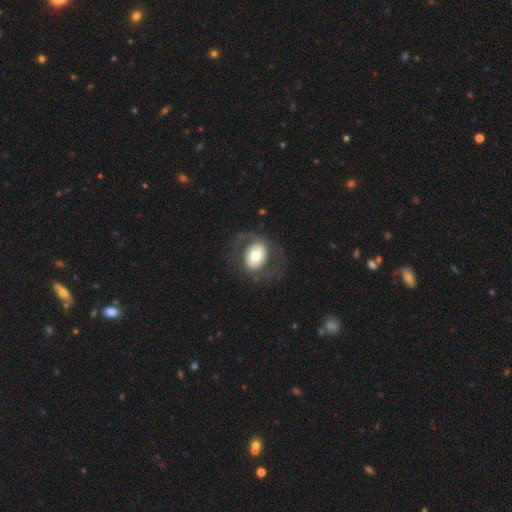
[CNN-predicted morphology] This is possibly a featured or disk galaxy (56%). It is clearly not viewed edge-on (95%). Bar: possibly no (56%). Spiral arm pattern: possibly yes (59%). Central bulge: likely moderate (64%). Merging: likely none (67%).